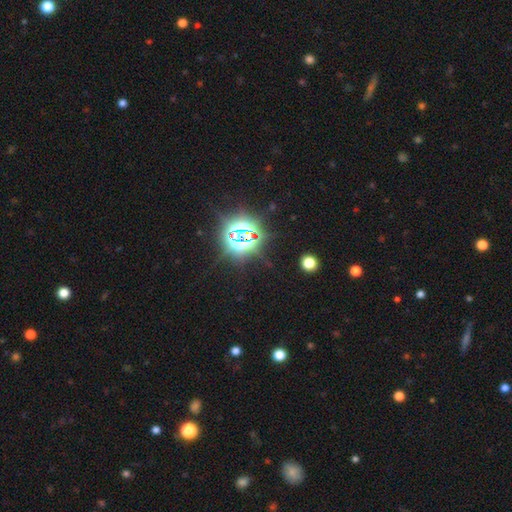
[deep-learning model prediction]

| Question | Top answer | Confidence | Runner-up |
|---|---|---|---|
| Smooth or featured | star or artifact | 82% | smooth (11%) |